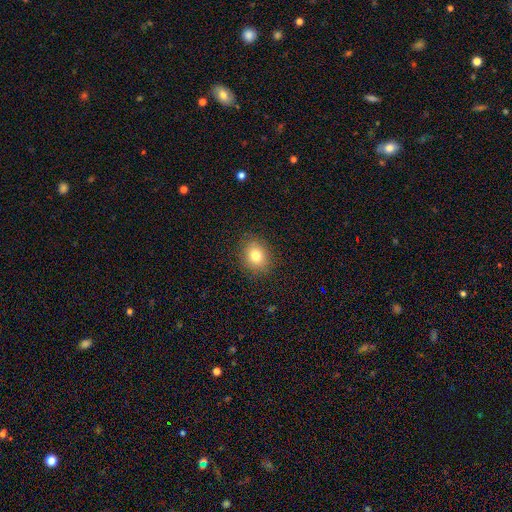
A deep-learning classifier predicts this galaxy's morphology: smooth 79%, star or artifact 11%, featured or disk 9%. Down the decision tree: how rounded — round (58%); merging — none (88%).